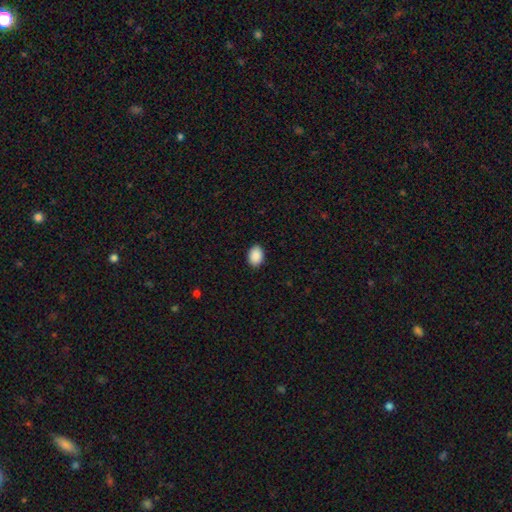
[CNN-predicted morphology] The model was most divided on "how rounded": in between: 80%, round: 19%, cigar-shaped: 1%. More confident: smooth or featured — smooth (90%); merging — none (89%).